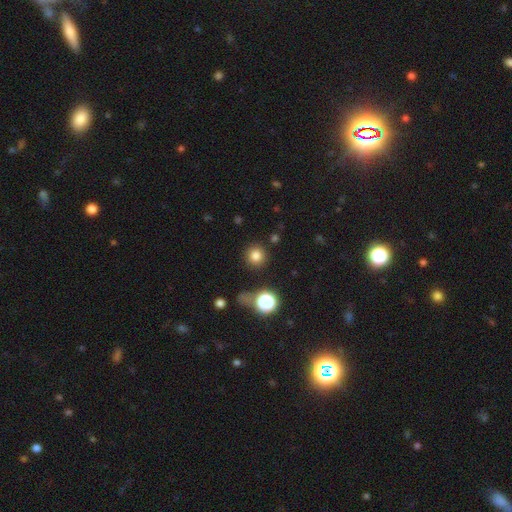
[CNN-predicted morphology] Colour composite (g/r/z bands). It shows a smooth galaxy with no disk features (80%) that is round (94%). Merging: none (88%).